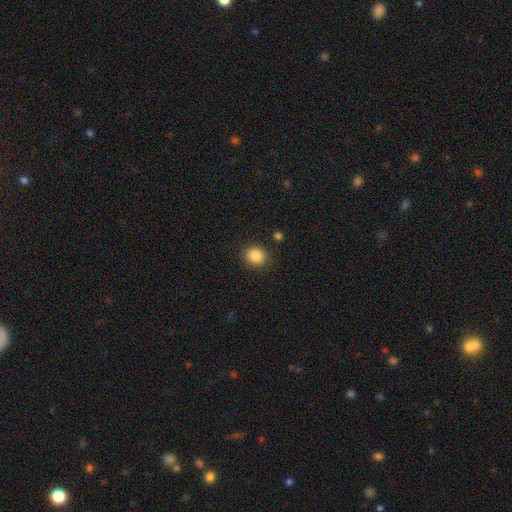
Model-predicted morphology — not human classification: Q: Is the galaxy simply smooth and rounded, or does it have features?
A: smooth — 86%.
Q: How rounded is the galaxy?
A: round — 73%.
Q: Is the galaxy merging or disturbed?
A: none — 88%.